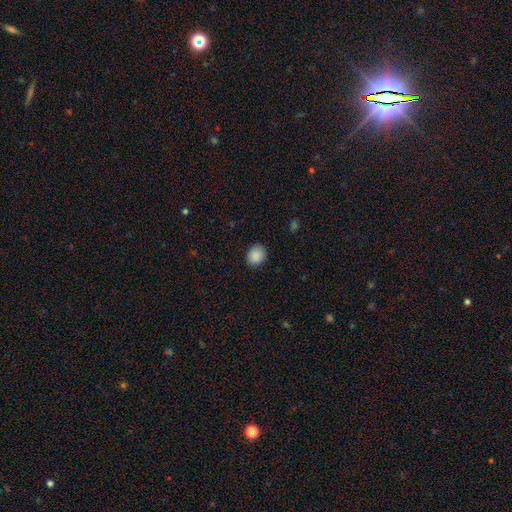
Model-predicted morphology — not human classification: Q: Smooth or featured?
A: smooth (89%); runner-up: star or artifact (8%)
Q: How rounded?
A: round (68%); runner-up: in between (31%)
Q: Merging?
A: none (87%); runner-up: minor disturbance (10%)